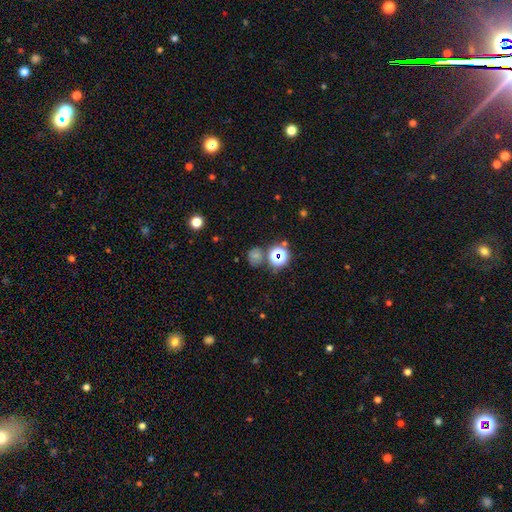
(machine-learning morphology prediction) Smooth or featured: smooth — 57% (star or artifact — 32%)
How rounded: round — 75% (in between — 24%)
Merging: none — 65% (minor disturbance — 16%)